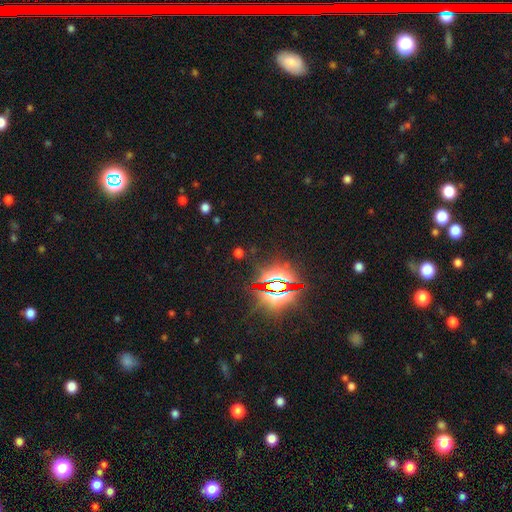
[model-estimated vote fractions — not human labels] Q: Smooth or featured?
A: star or artifact (83%); runner-up: smooth (9%)